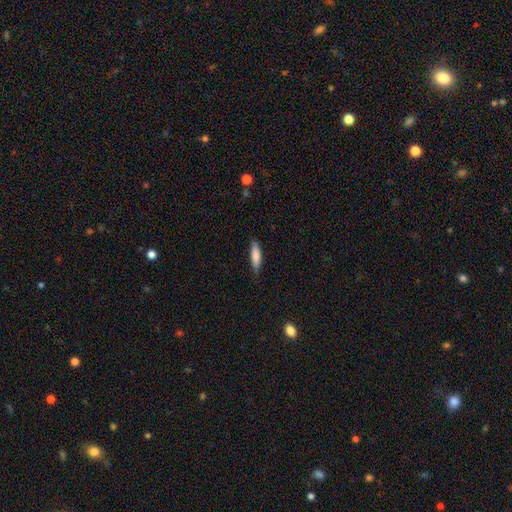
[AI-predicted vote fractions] The model was most divided on "how rounded": cigar-shaped: 63%, in between: 35%, round: 2%. More confident: merging — none (82%); smooth or featured — smooth (79%).